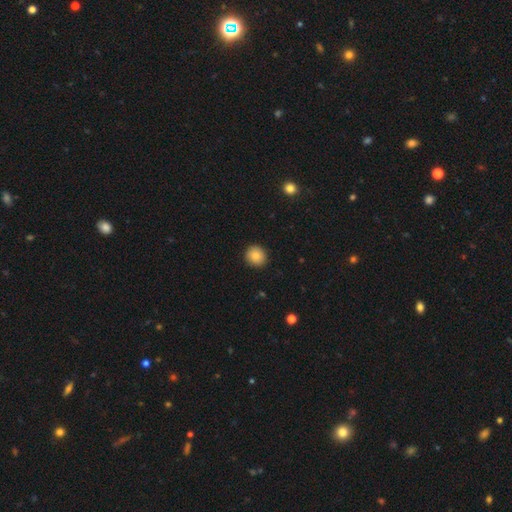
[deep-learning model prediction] A smooth galaxy with no disk features (85%) that is round (89%). Merging: none (92%).